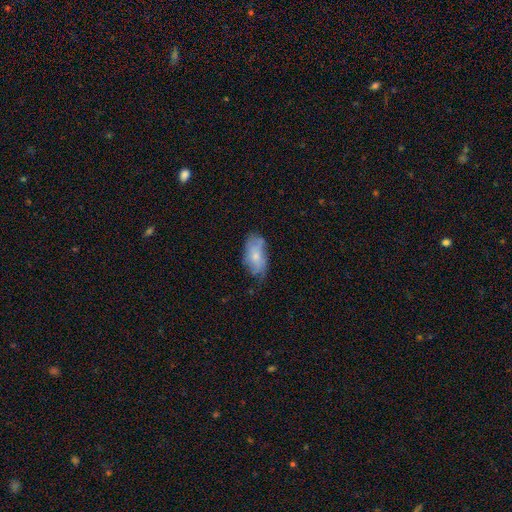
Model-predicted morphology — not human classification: The model was most divided on "merging": none: 49%, minor disturbance: 36%, major disturbance: 12%, merger: 3%. More confident: how rounded — in between (93%); smooth or featured — smooth (62%).